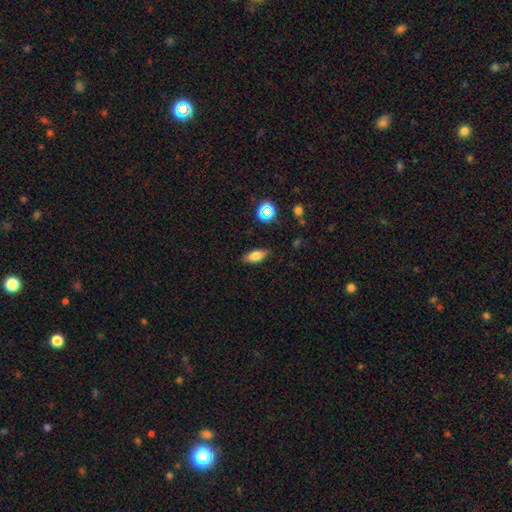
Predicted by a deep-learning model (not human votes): This appears to be a smooth galaxy with no disk features (75%) that is in between round and cigar-shaped (78%). Merging: none (83%).